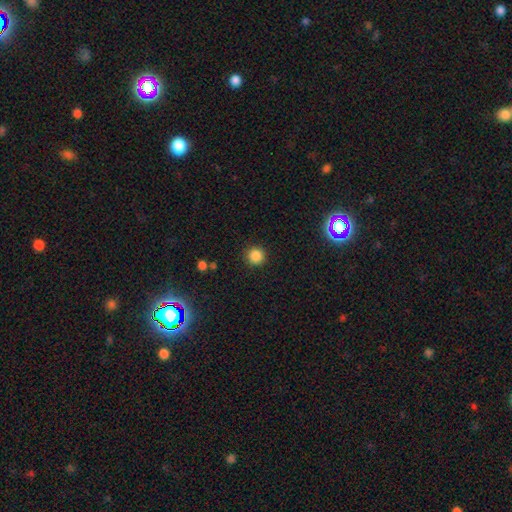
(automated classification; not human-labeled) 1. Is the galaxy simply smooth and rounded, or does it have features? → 85% smooth, 12% star or artifact, 4% featured or disk.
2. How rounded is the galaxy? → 95% round, 5% in between, 1% cigar-shaped.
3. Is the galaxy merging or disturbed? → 91% none, 6% minor disturbance, 2% major disturbance, 1% merger.